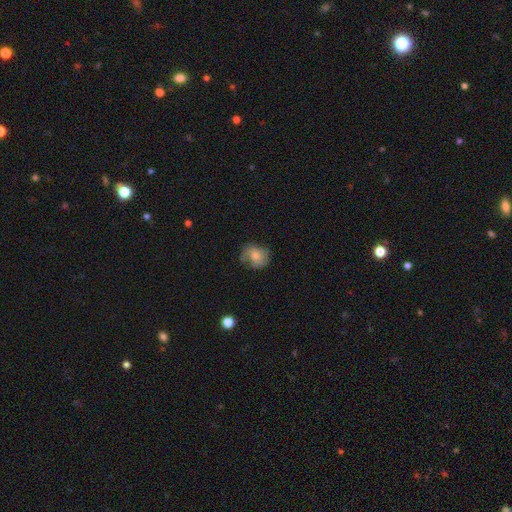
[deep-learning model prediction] This is possibly a smooth galaxy (57%). How rounded: likely round (64%). Merging: possibly none (57%).